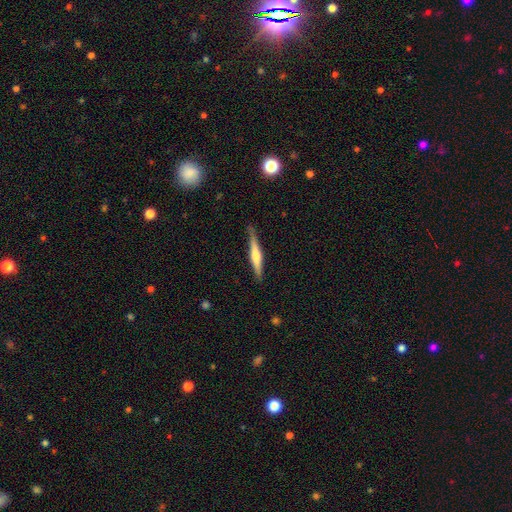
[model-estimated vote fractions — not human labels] The model was most divided on "smooth or featured": featured or disk: 60%, smooth: 35%, star or artifact: 5%. More confident: edge-on disk — yes (97%); merging — none (83%); edge-on bulge — rounded (73%).